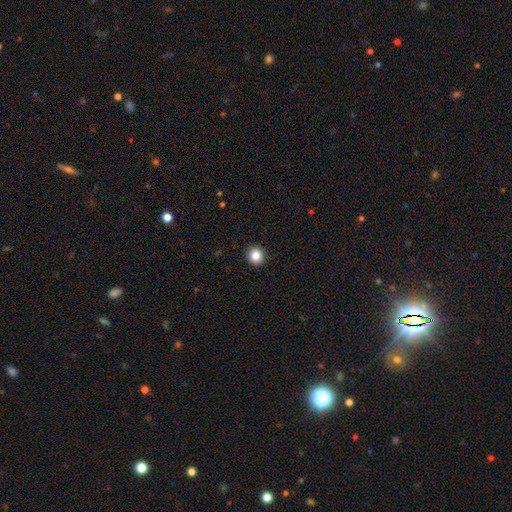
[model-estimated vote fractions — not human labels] Morphology: type=smooth (85%); roundness=round (92%); merging=none (93%).